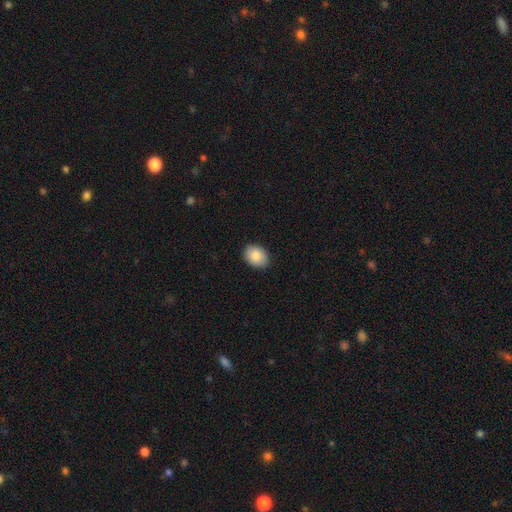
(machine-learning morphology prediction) A smooth galaxy with no disk features (86%) that is in between round and cigar-shaped (71%). Merging: none (88%).